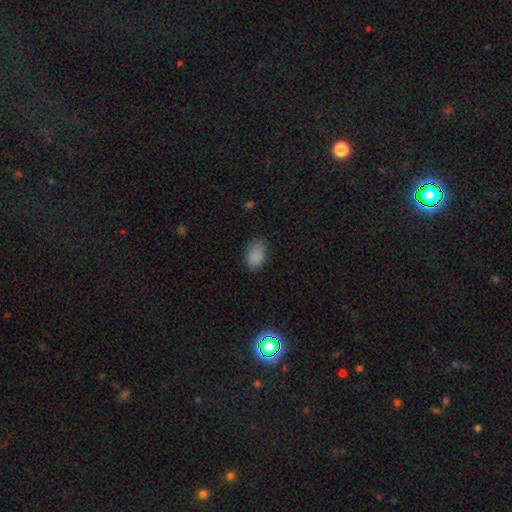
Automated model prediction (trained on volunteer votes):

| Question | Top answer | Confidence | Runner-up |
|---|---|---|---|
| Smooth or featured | smooth | 86% | star or artifact (10%) |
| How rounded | in between | 82% | round (16%) |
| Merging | none | 75% | minor disturbance (19%) |